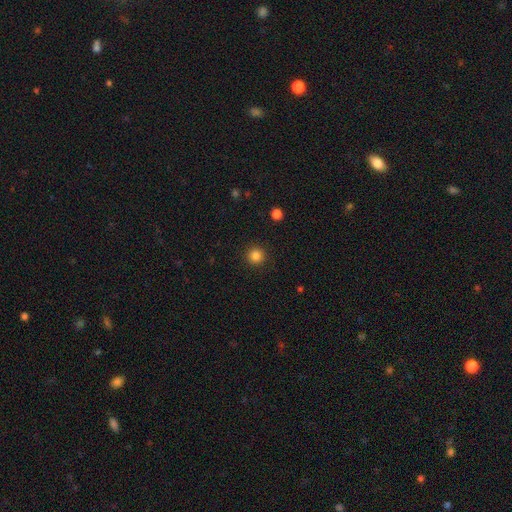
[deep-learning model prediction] Morphology: type=smooth (84%); roundness=round (95%); merging=none (92%).